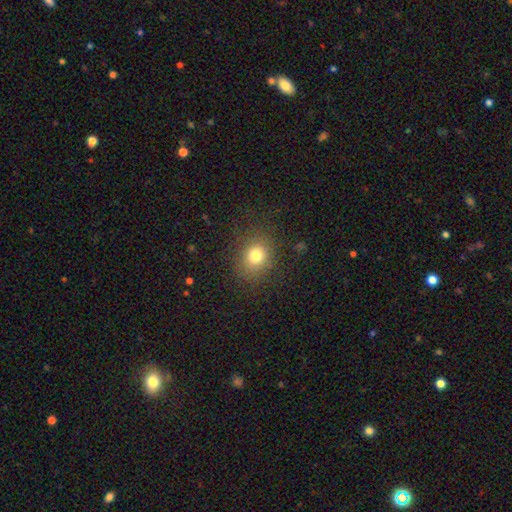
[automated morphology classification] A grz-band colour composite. It shows a smooth galaxy with no disk features (78%) that is round (66%). Merging: none (84%).